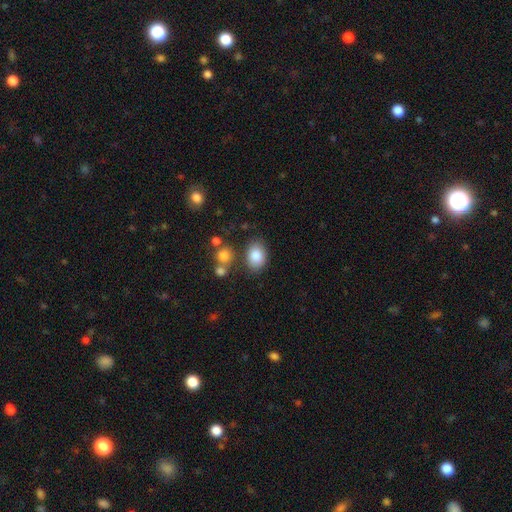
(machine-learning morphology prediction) Smooth or featured? smooth (86%)
How rounded? in between (76%)
Merging? none (74%)